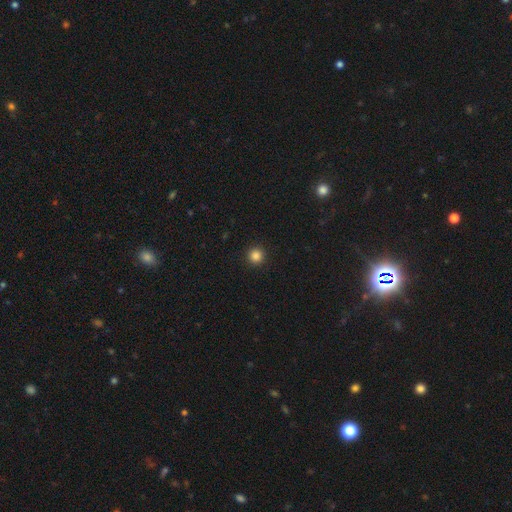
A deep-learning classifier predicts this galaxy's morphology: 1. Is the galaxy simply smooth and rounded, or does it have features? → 85% smooth, 12% star or artifact, 3% featured or disk.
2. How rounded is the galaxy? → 96% round, 3% in between, 1% cigar-shaped.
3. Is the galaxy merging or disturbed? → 93% none, 4% minor disturbance, 2% major disturbance, 1% merger.